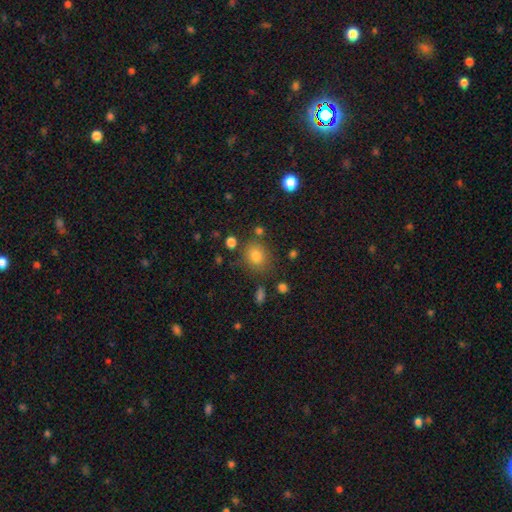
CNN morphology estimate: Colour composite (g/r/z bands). It shows a smooth galaxy with no disk features (78%) that is round (73%). Merging: none (78%).